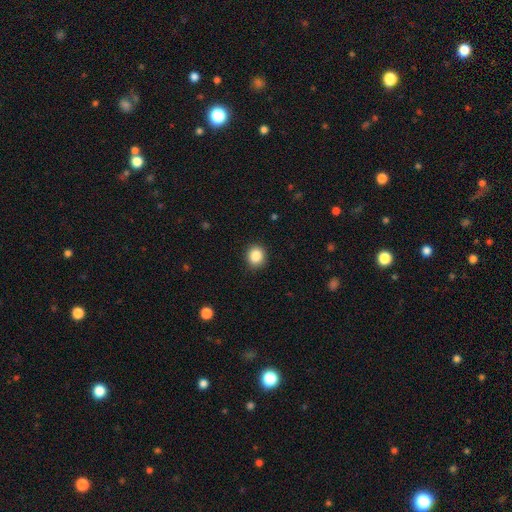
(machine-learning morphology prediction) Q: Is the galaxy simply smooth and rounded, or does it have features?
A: smooth — 86%.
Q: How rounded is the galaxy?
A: round — 80%.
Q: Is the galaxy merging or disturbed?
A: none — 90%.